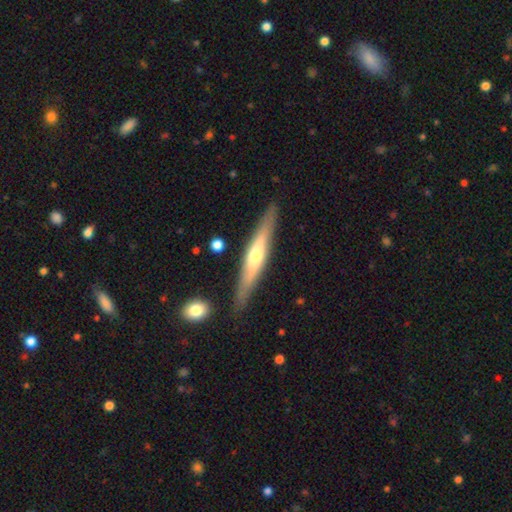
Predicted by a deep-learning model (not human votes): Morphology: type=featured or disk (61%); edge-on=yes (94%); edge-on bulge=rounded (81%); merging=none (85%).